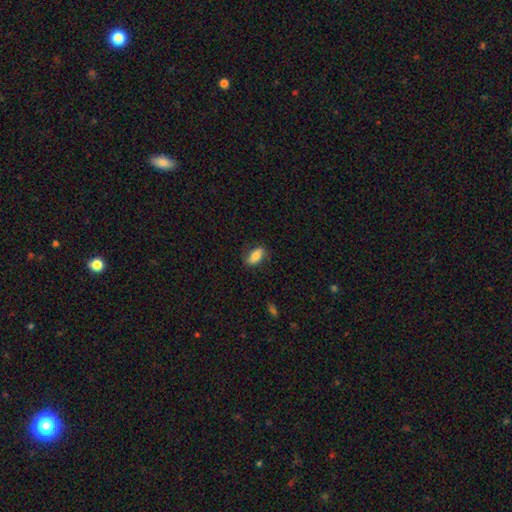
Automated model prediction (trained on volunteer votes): Overall: smooth (71%). How rounded: in between (87%). Merging: none (76%).